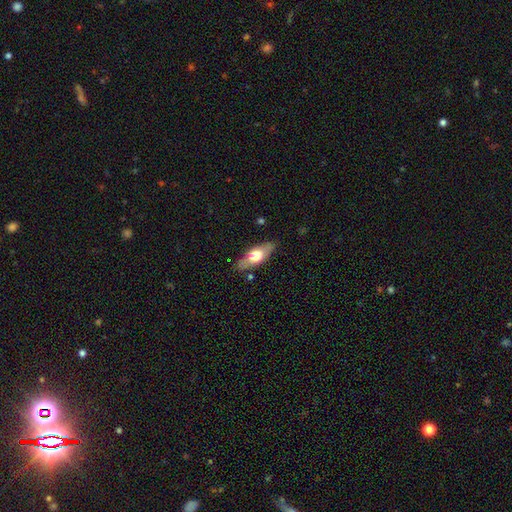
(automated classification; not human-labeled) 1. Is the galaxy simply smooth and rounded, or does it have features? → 53% smooth, 41% featured or disk, 6% star or artifact.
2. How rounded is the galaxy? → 67% in between, 30% cigar-shaped, 3% round.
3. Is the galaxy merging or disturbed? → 82% none, 13% minor disturbance, 3% major disturbance, 2% merger.